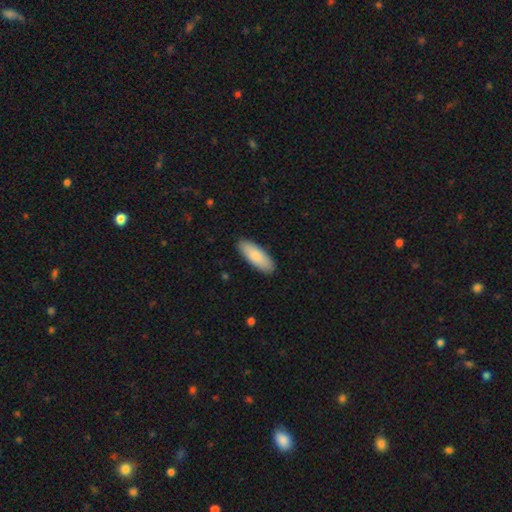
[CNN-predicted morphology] Smooth or featured? Predicted: smooth (p=0.87). How rounded? Predicted: in between (p=0.66). Merging? Predicted: none (p=0.90).